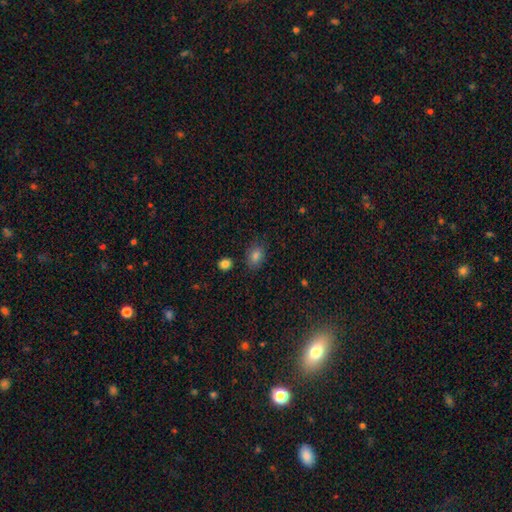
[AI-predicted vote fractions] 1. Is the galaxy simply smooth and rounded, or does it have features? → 82% smooth, 11% star or artifact, 7% featured or disk.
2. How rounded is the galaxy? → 74% in between, 25% round, 1% cigar-shaped.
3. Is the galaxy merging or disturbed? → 81% none, 13% minor disturbance, 3% merger, 3% major disturbance.